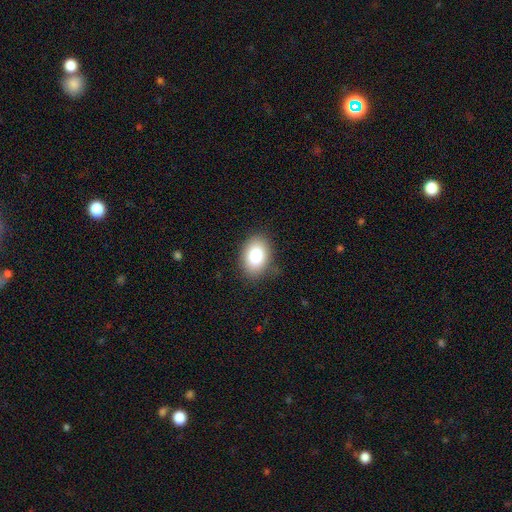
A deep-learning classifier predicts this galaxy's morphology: A smooth galaxy with no disk features (86%) that is in between round and cigar-shaped (85%).

Vote fractions:
- Smooth or featured? smooth: 86% / star or artifact: 8% / featured or disk: 7%
- How rounded? in between: 85% / round: 14% / cigar-shaped: 1%
- Merging? none: 83% / minor disturbance: 13% / major disturbance: 3% / merger: 1%